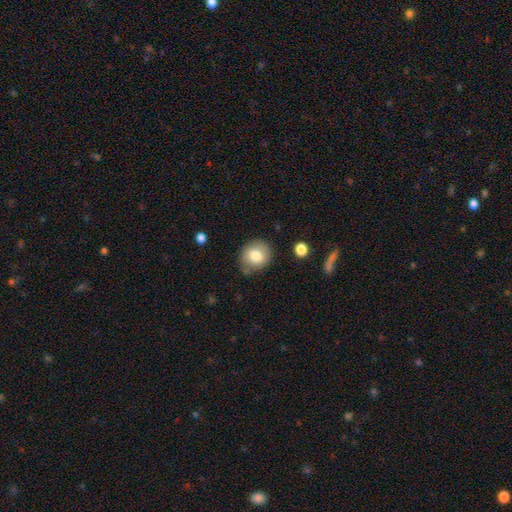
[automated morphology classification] A smooth galaxy with no disk features (79%) that is round (72%).

Vote fractions:
- Smooth or featured? smooth: 79% / featured or disk: 12% / star or artifact: 9%
- How rounded? round: 72% / in between: 27% / cigar-shaped: 1%
- Merging? none: 76% / minor disturbance: 17% / major disturbance: 4% / merger: 3%